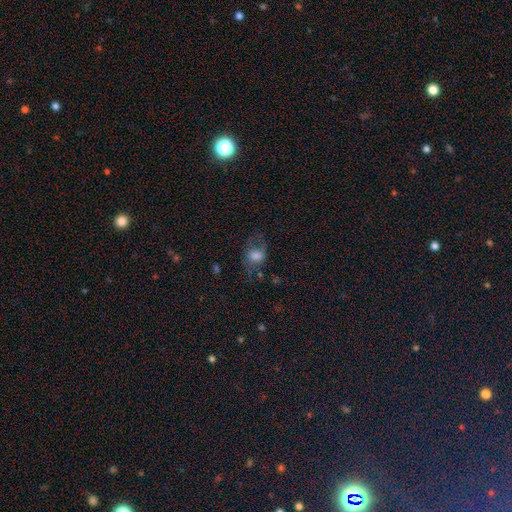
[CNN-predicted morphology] Overall: smooth (63%; featured or disk 24%). How rounded: in between (63%; round 35%). Merging: none (49%; minor disturbance 25%).